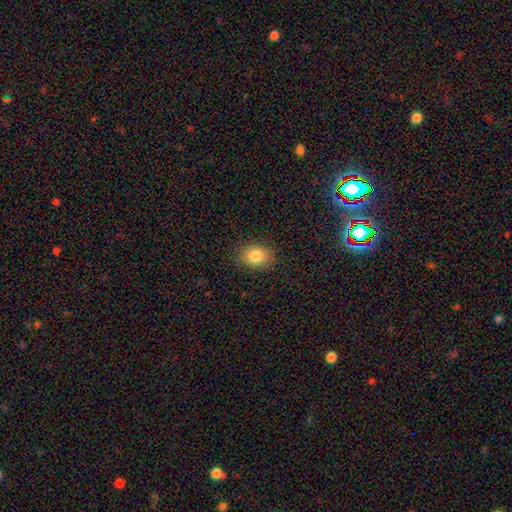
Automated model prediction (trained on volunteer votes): This appears to be a smooth galaxy with no disk features (83%) that is in between round and cigar-shaped (55%). Merging: none (86%).